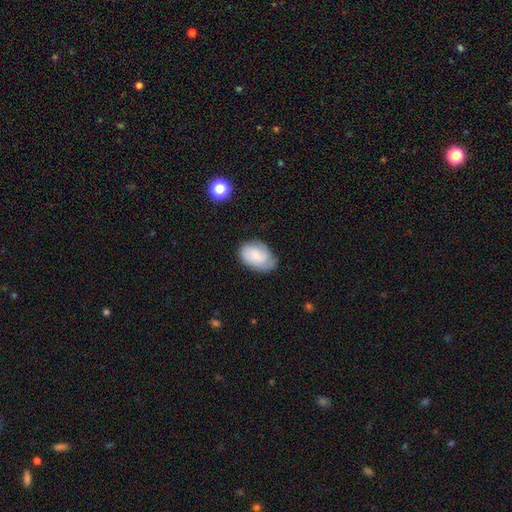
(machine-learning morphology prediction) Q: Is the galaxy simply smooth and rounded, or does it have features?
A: smooth — 58%.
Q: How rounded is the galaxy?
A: in between — 85%.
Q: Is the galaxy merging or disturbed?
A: none — 61%.